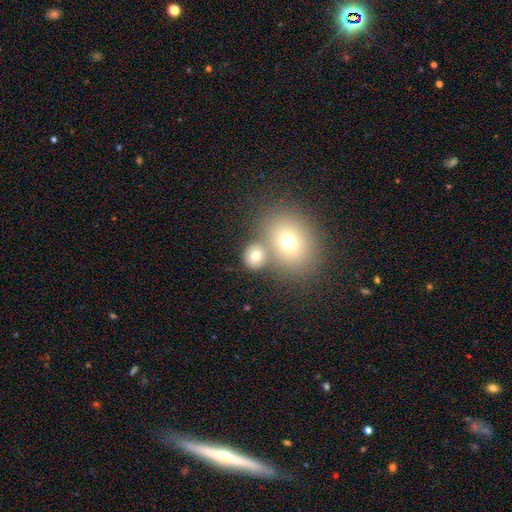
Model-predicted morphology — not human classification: smooth 74%, featured or disk 13%, star or artifact 13%. Down the decision tree: how rounded — round (71%); merging — none (60%).